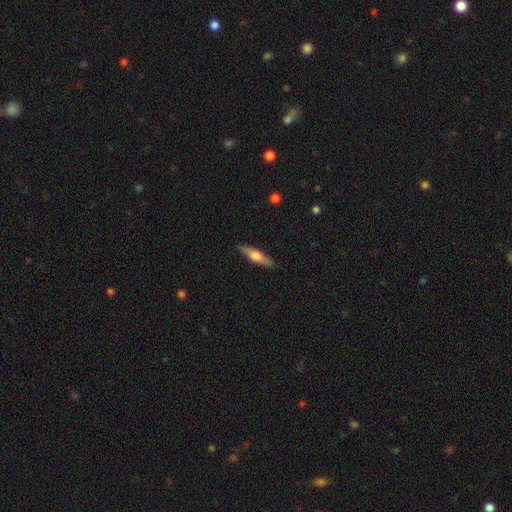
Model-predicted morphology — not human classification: A featured or disk galaxy (48%).

Vote fractions:
- Smooth or featured? featured or disk: 48% / smooth: 47% / star or artifact: 6%
- Merging? none: 89% / minor disturbance: 8% / major disturbance: 2% / merger: 1%